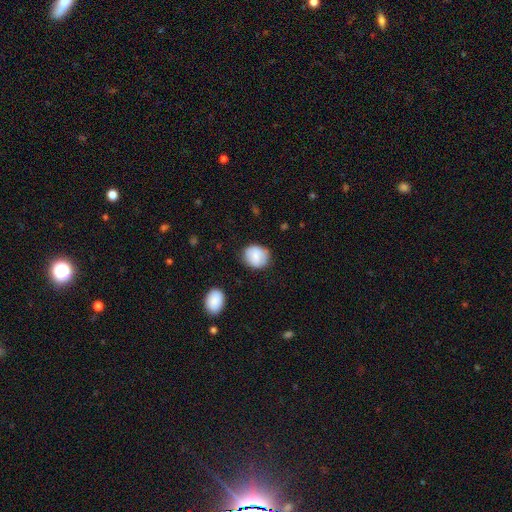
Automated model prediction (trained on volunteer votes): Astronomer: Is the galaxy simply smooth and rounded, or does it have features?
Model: smooth — 74%.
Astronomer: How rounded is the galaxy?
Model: round — 71%.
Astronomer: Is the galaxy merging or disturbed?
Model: none — 77%.